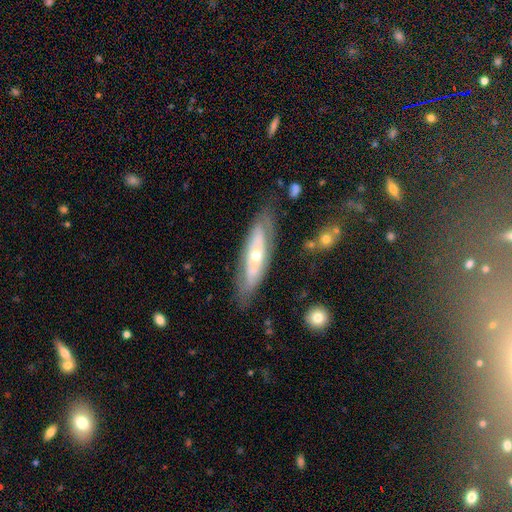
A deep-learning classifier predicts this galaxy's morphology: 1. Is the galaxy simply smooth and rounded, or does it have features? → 70% featured or disk, 24% smooth, 6% star or artifact.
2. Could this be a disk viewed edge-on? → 75% no, 25% yes.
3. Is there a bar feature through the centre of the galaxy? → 80% no, 14% weak, 6% strong.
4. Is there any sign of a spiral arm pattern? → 51% no, 49% yes.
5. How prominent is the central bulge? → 48% small (tied), 48% moderate (tied), 2% large, 1% none, 1% dominant.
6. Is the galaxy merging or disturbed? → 74% none, 17% minor disturbance, 6% major disturbance, 2% merger.